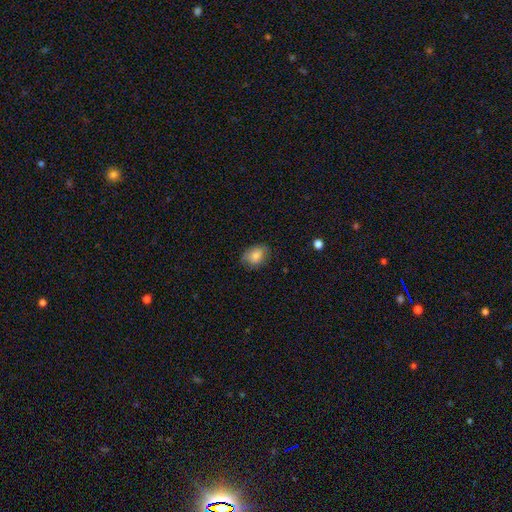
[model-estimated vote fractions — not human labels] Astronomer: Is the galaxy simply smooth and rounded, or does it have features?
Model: smooth — 80%.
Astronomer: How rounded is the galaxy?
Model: in between — 69%.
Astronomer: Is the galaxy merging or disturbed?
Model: none — 76%.